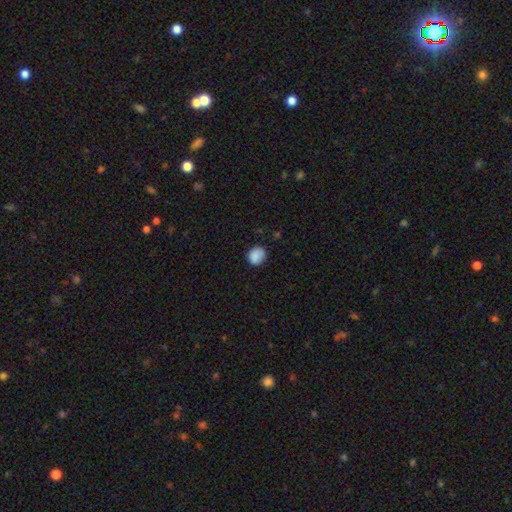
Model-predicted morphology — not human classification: A smooth galaxy with no disk features (88%) that is round (75%).

Vote fractions:
- Smooth or featured? smooth: 88% / star or artifact: 8% / featured or disk: 4%
- How rounded? round: 75% / in between: 24% / cigar-shaped: 1%
- Merging? none: 82% / minor disturbance: 15% / major disturbance: 3% / merger: 1%